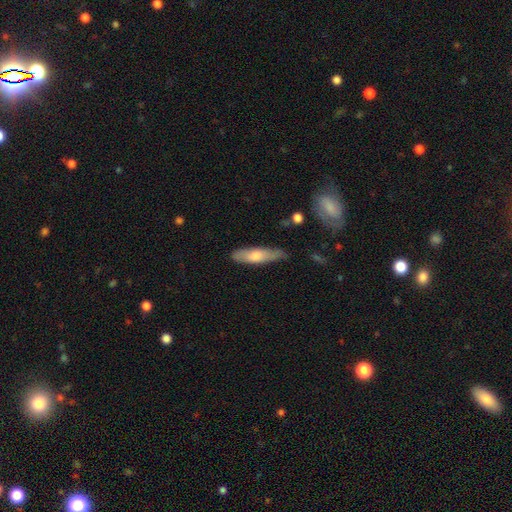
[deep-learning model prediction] smooth-or-featured: smooth: 60% | featured or disk: 34% | star or artifact: 6%
  how-rounded: cigar-shaped: 74% | in between: 24% | round: 2%
  merging: none: 75% | minor disturbance: 19% | major disturbance: 3% | merger: 2%